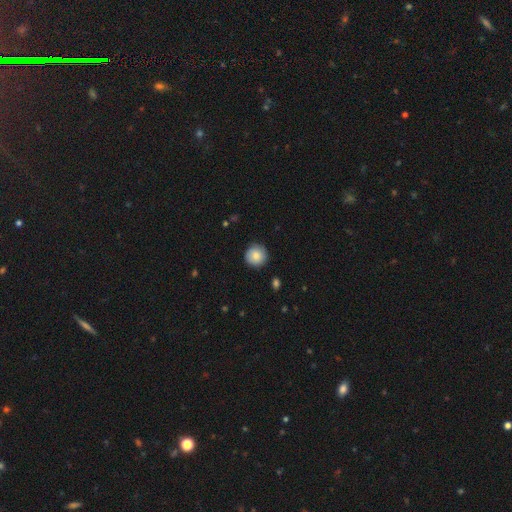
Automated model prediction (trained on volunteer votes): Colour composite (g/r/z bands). It shows a smooth galaxy with no disk features (83%) that is round (95%). Merging: none (89%).